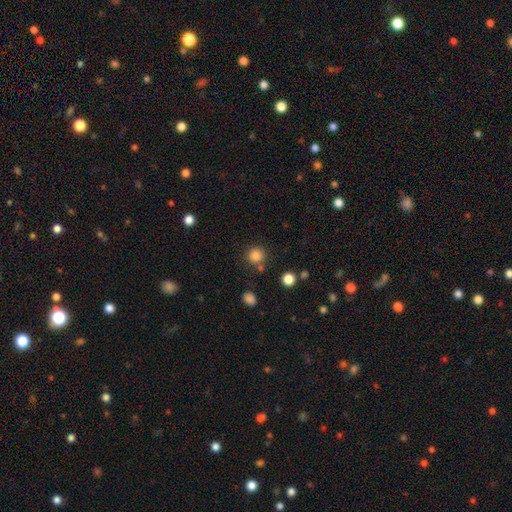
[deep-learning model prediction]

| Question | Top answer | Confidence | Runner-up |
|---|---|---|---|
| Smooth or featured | smooth | 83% | star or artifact (12%) |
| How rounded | round | 91% | in between (8%) |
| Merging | none | 78% | minor disturbance (9%) |